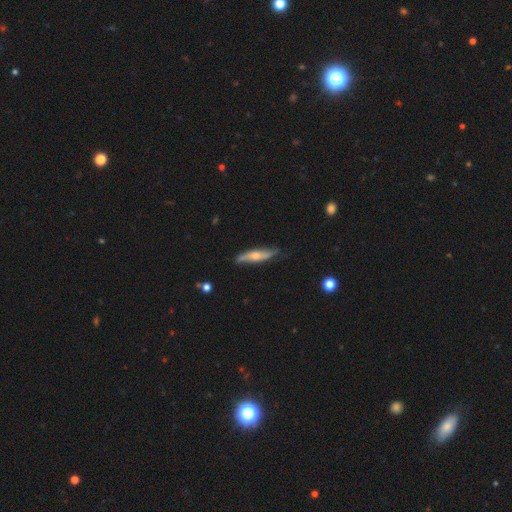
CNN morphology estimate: Smooth or featured: featured or disk — 56% (smooth — 39%)
Edge-on disk: yes — 71% (no — 29%)
Merging: none — 75% (minor disturbance — 20%)